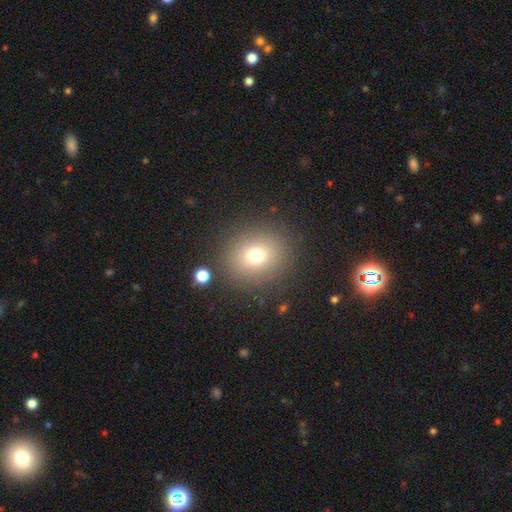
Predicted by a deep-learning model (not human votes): Overall: smooth (73%). How rounded: round (79%). Merging: none (86%).